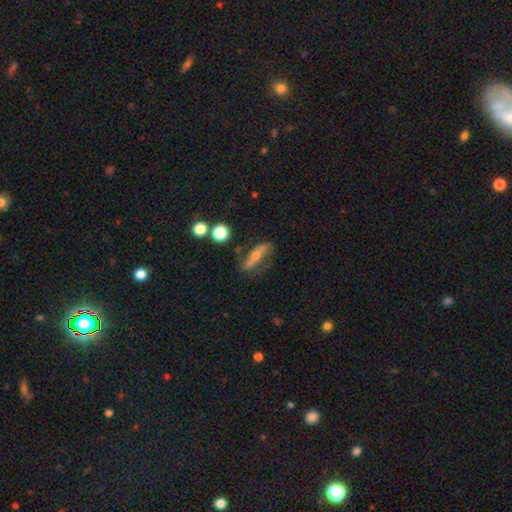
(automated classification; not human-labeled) Smooth or featured: featured or disk — 62% (smooth — 27%)
Edge-on disk: no — 61% (yes — 39%)
Merging: none — 69% (minor disturbance — 18%)